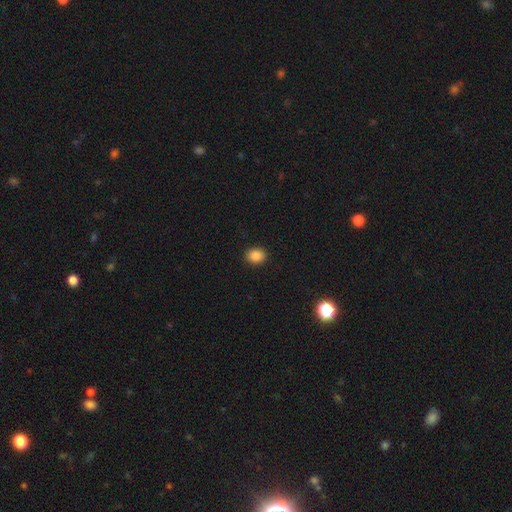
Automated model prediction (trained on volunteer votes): A smooth galaxy with no disk features (87%) that is round (51%). Merging: none (91%).